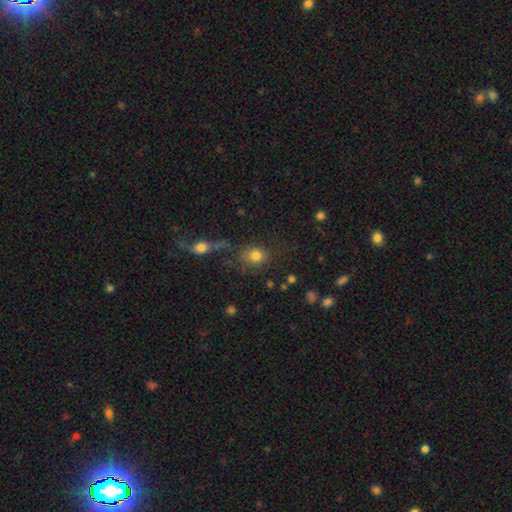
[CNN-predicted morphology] Smooth or featured? Predicted: smooth (p=0.79). How rounded? Predicted: round (p=0.74). Merging? Predicted: none (p=0.66).